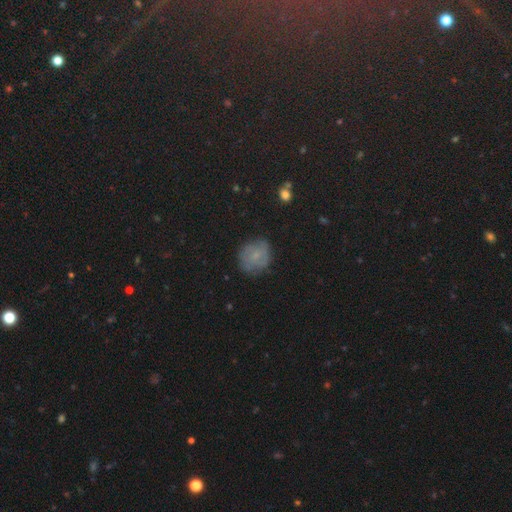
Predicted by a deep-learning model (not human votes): This is possibly a smooth galaxy (55%). How rounded: likely round (76%). Merging: likely none (74%).